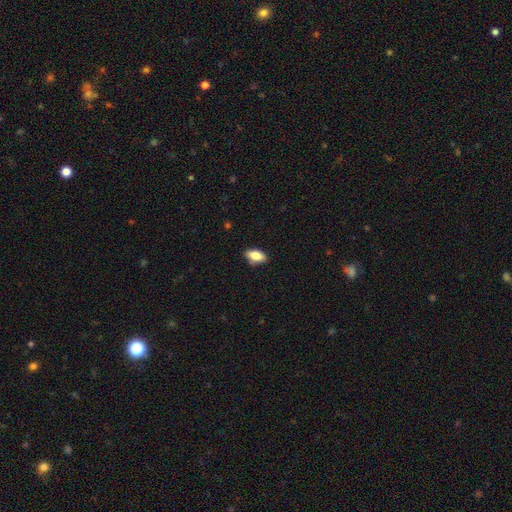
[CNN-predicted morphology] Overall: smooth (80%). How rounded: in between (87%). Merging: none (82%).